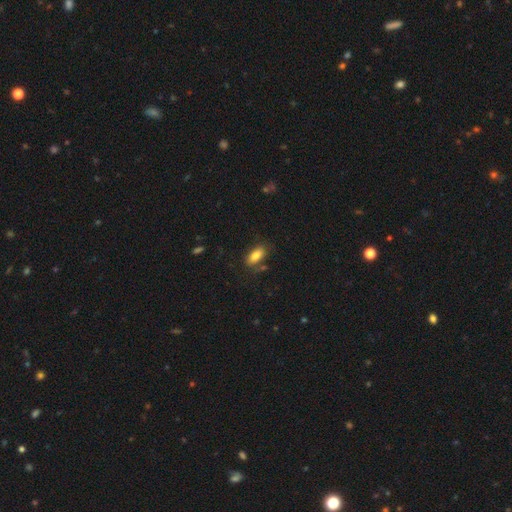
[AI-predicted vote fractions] Smooth or featured: smooth — 82% (featured or disk — 10%)
How rounded: in between — 87% (cigar-shaped — 10%)
Merging: none — 76% (minor disturbance — 15%)